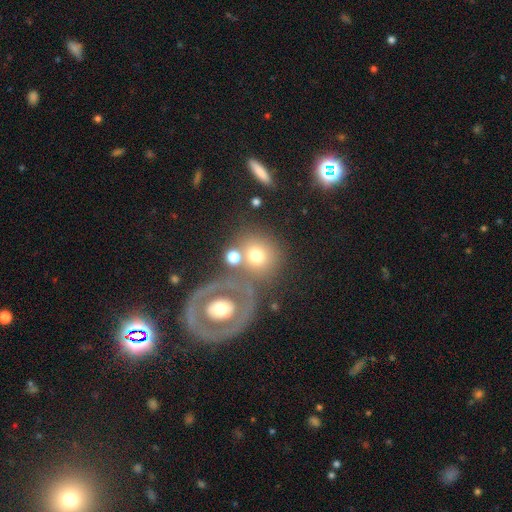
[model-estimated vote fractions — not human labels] smooth-or-featured: smooth: 60% | featured or disk: 28% | star or artifact: 11%
  how-rounded: round: 79% | in between: 20% | cigar-shaped: 1%
  merging: none: 44% | merger: 35% | minor disturbance: 11% | major disturbance: 10%